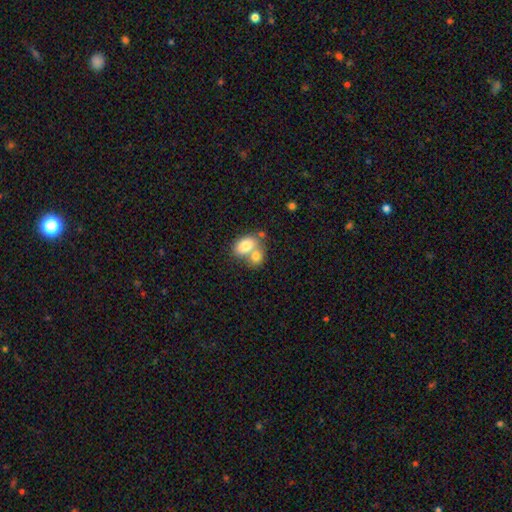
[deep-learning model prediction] Smooth or featured? Predicted: smooth (p=0.78). How rounded? Predicted: in between (p=0.75). Merging? Predicted: merger (p=0.61).